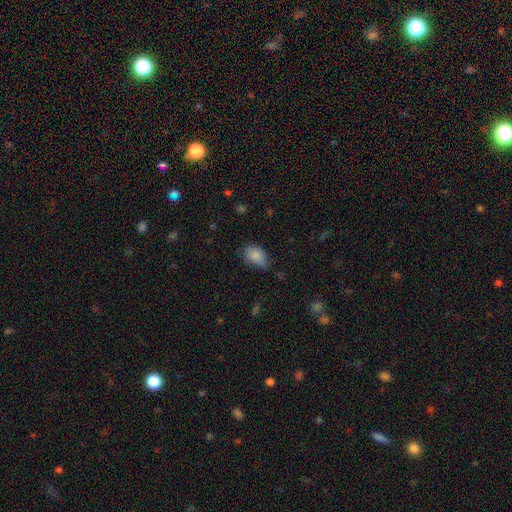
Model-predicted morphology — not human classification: Overall: smooth (85%). How rounded: in between (84%). Merging: none (48%; minor disturbance 40%).